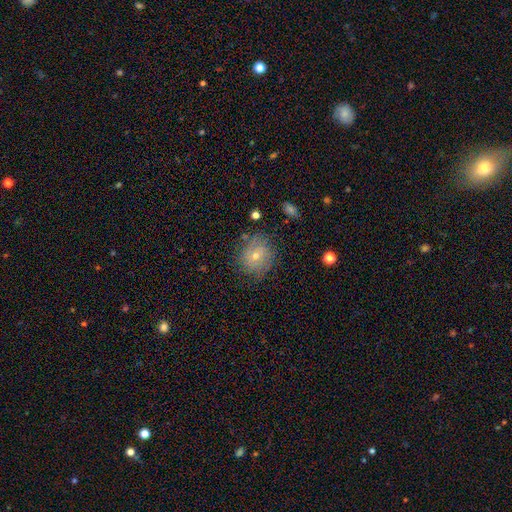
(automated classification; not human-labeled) Smooth or featured?
  - smooth: 52% *
  - featured or disk: 33%
  - star or artifact: 15%
How rounded?
  - round: 81% *
  - in between: 17%
  - cigar-shaped: 1%
Merging?
  - none: 77% *
  - minor disturbance: 16%
  - major disturbance: 5%
  - merger: 2%